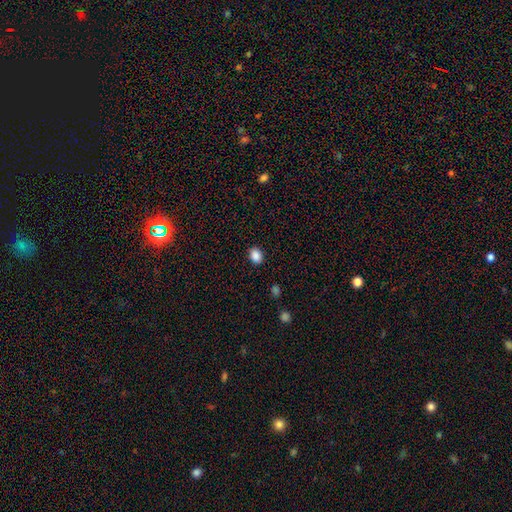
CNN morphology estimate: Smooth or featured?
  - smooth: 87% *
  - star or artifact: 10%
  - featured or disk: 3%
How rounded?
  - in between: 61% *
  - round: 38%
  - cigar-shaped: 1%
Merging?
  - none: 88% *
  - minor disturbance: 8%
  - major disturbance: 2%
  - merger: 1%